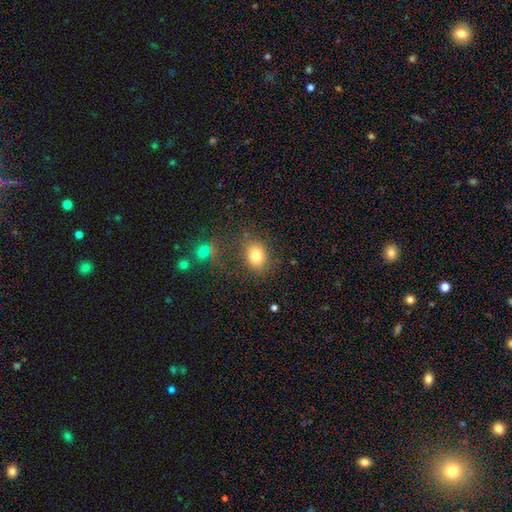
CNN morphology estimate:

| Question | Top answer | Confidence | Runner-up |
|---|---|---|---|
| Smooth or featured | smooth | 79% | star or artifact (12%) |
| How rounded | round | 53% | in between (46%) |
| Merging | none | 77% | minor disturbance (13%) |